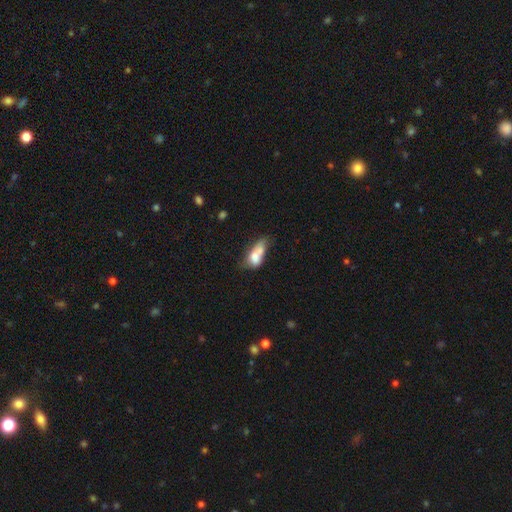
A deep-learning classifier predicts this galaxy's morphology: smooth_or_featured: smooth (p=0.63) [alt: featured or disk p=0.28]
how_rounded: in between (p=0.74) [alt: cigar-shaped p=0.15]
merging: merger (p=0.52) [alt: none p=0.18]